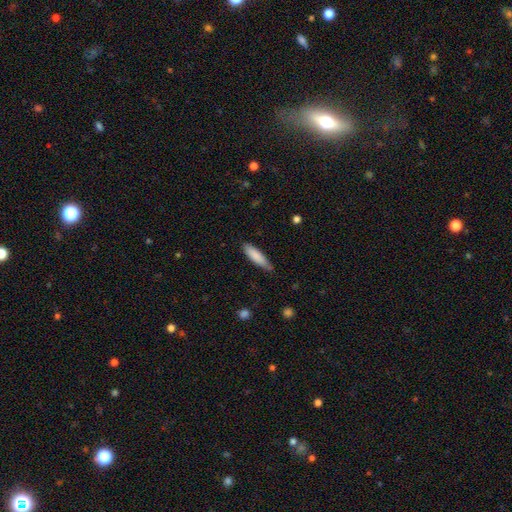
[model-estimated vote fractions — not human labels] Smooth or featured: smooth — 84% (featured or disk — 10%)
How rounded: cigar-shaped — 69% (in between — 30%)
Merging: none — 74% (minor disturbance — 22%)